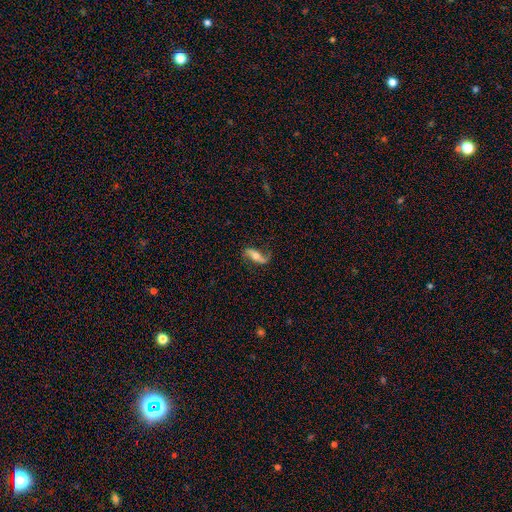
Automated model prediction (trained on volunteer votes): The model was most divided on "bar": no: 39%, strong: 33%, weak: 28%. More confident: spiral arms — yes (92%); edge-on disk — no (86%); spiral arm count — 2 (86%); spiral winding — loose (81%); smooth or featured — featured or disk (74%); merging — none (70%); bulge size — moderate (56%).